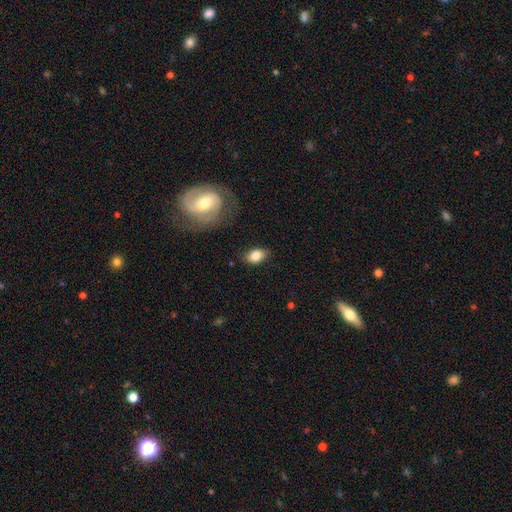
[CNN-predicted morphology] Smooth or featured? Predicted: smooth (p=0.81). How rounded? Predicted: in between (p=0.84). Merging? Predicted: none (p=0.81).